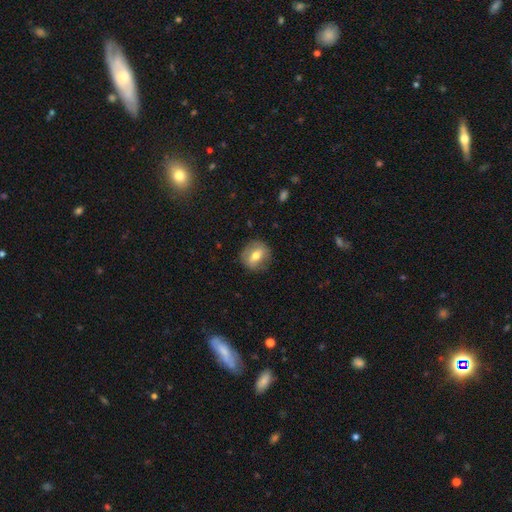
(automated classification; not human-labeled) A smooth galaxy with no disk features (56%) that is round (79%).

Vote fractions:
- Smooth or featured? smooth: 56% / featured or disk: 36% / star or artifact: 8%
- How rounded? round: 79% / in between: 19% / cigar-shaped: 2%
- Merging? none: 83% / minor disturbance: 12% / major disturbance: 4% / merger: 1%